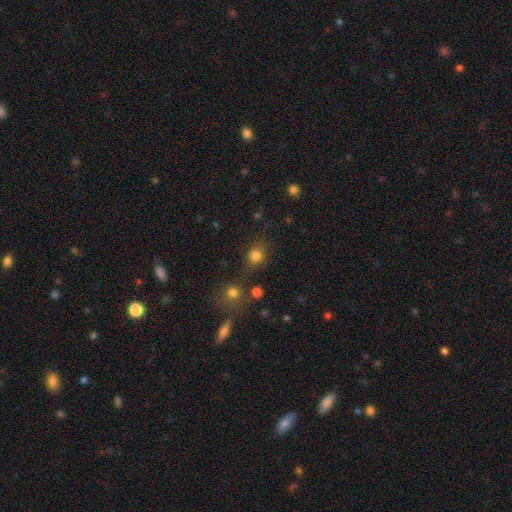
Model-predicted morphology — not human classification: Smooth or featured? Predicted: smooth (p=0.79). How rounded? Predicted: round (p=0.79). Merging? Predicted: none (p=0.70).